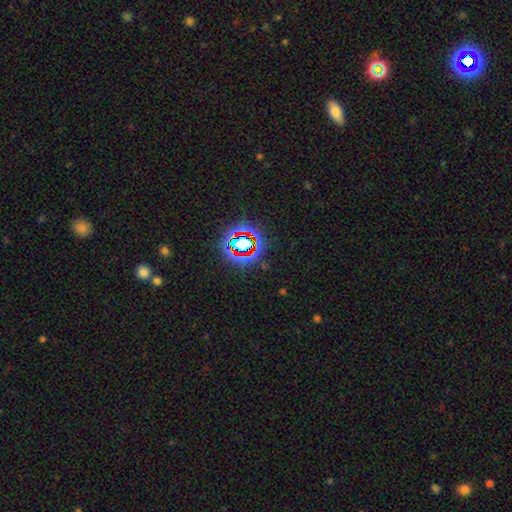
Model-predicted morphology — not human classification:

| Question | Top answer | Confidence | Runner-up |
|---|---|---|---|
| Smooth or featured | star or artifact | 72% | smooth (14%) |